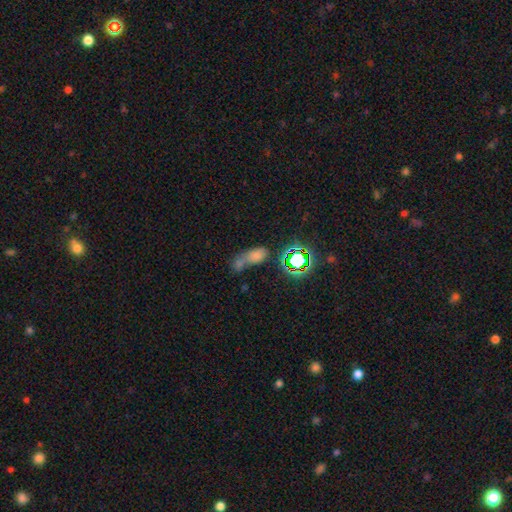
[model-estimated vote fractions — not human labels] smooth 62%, star or artifact 24%, featured or disk 13%. Down the decision tree: how rounded — in between (74%); merging — merger (48%).